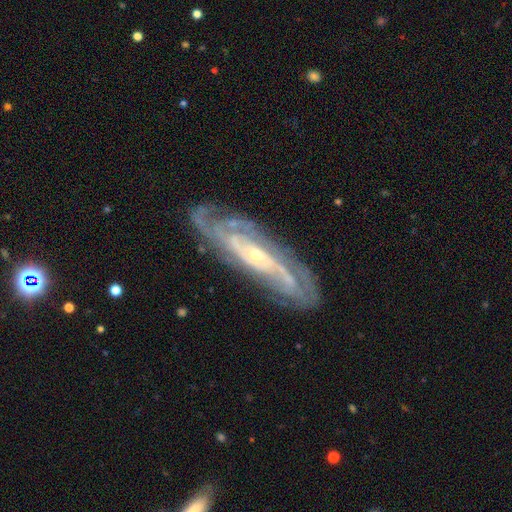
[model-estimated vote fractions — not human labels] A featured or disk galaxy (88%) with no bar (58%), tight (61%) spiral arms (96%) and a small central bulge (71%). Merging: none (79%).